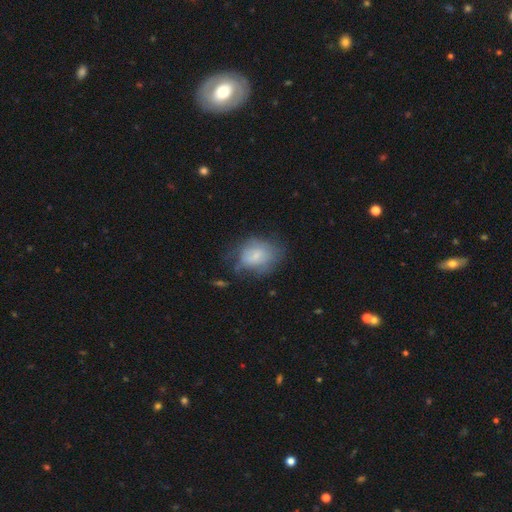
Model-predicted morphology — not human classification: Overall: smooth (61%; featured or disk 30%). How rounded: in between (54%; round 45%). Merging: none (46%; minor disturbance 30%).